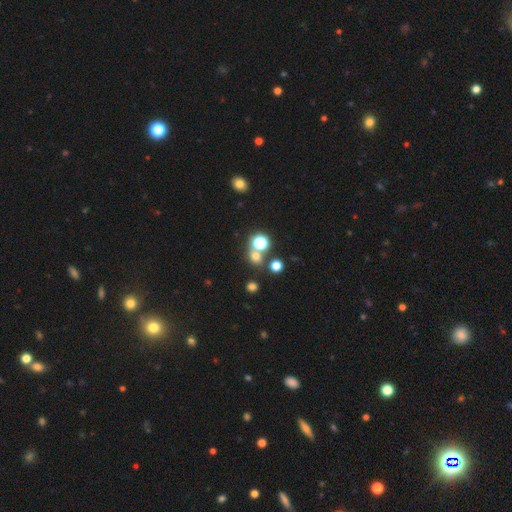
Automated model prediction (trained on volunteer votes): Smooth or featured?
  - smooth: 61% *
  - star or artifact: 29%
  - featured or disk: 9%
How rounded?
  - round: 74% *
  - in between: 24%
  - cigar-shaped: 1%
Merging?
  - none: 61% *
  - merger: 27%
  - minor disturbance: 8%
  - major disturbance: 5%